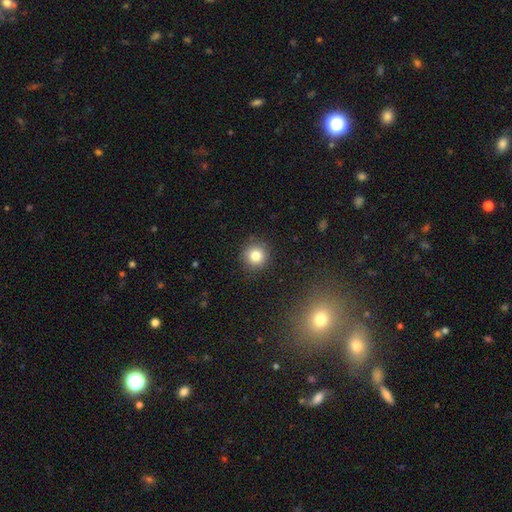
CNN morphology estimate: Overall: smooth (81%). How rounded: round (93%). Merging: none (90%).